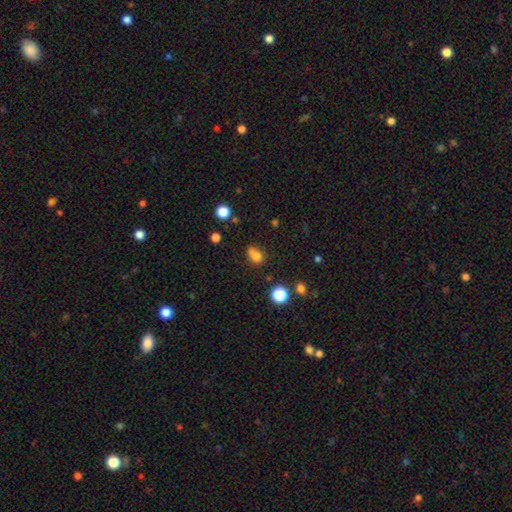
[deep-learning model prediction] A smooth galaxy with no disk features (75%) that is round (56%). Merging: none (41%).